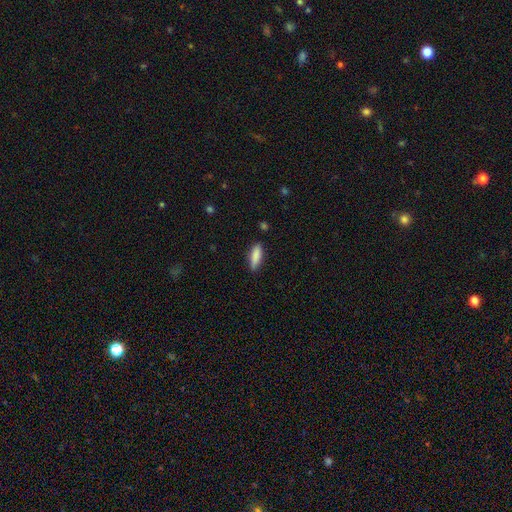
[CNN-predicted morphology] A smooth galaxy with no disk features (85%) that is cigar-shaped (49%, tied with in between).

Vote fractions:
- Smooth or featured? smooth: 85% / featured or disk: 9% / star or artifact: 6%
- How rounded? cigar-shaped: 49% (tied) / in between: 49% (tied) / round: 2%
- Merging? none: 83% / minor disturbance: 13% / major disturbance: 2% / merger: 2%